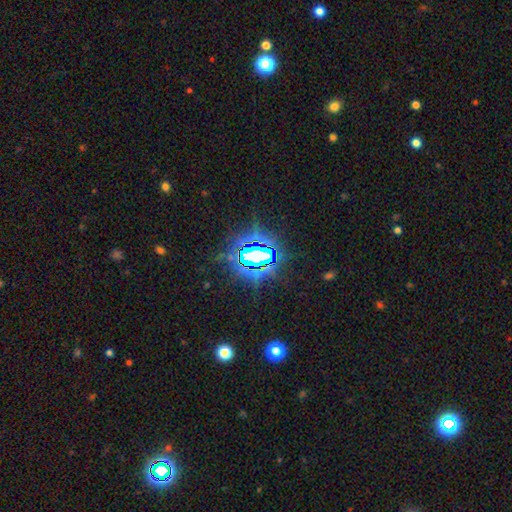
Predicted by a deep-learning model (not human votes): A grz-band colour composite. It shows a star or artifact, not a galaxy (81%).